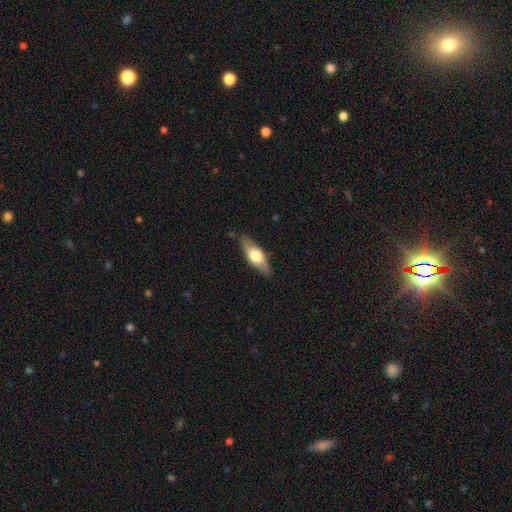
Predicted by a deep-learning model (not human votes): smooth-or-featured: smooth: 53% | featured or disk: 42% | star or artifact: 5%
  how-rounded: in between: 64% | cigar-shaped: 33% | round: 3%
  merging: none: 83% | minor disturbance: 13% | major disturbance: 3% | merger: 1%